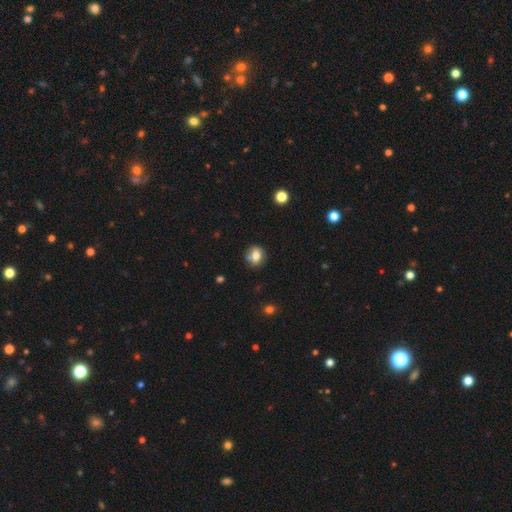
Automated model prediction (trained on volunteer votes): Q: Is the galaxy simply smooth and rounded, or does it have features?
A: smooth — 76%.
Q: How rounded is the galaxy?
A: round — 66%.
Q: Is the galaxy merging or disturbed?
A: none — 65%.